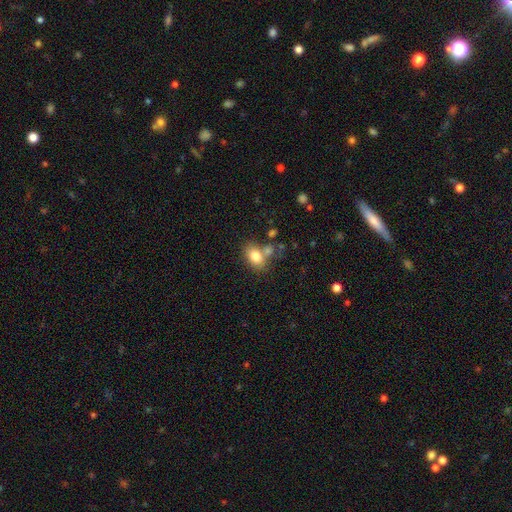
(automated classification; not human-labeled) A smooth galaxy with no disk features (80%) that is in between round and cigar-shaped (80%).

Vote fractions:
- Smooth or featured? smooth: 80% / featured or disk: 11% / star or artifact: 9%
- How rounded? in between: 80% / round: 19% / cigar-shaped: 1%
- Merging? none: 56% / merger: 23% / minor disturbance: 15% / major disturbance: 6%